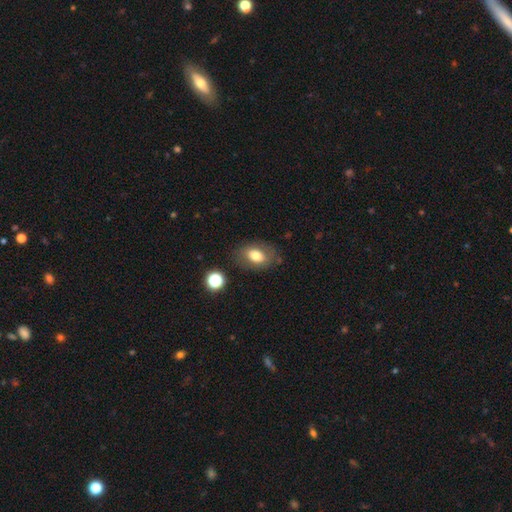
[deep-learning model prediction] Morphology: type=smooth (74%); roundness=in between (81%); merging=none (77%).